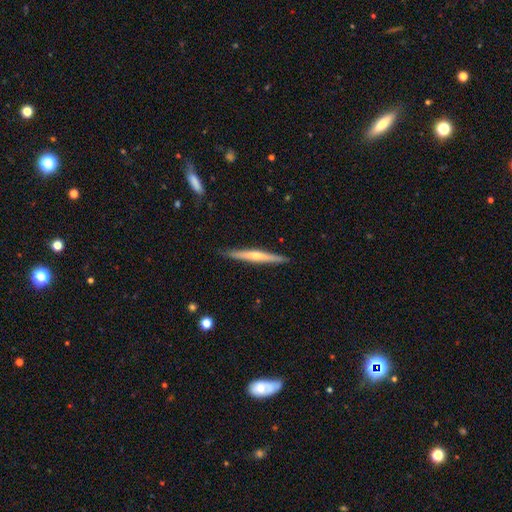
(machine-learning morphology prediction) Smooth or featured: featured or disk — 67% (smooth — 28%)
Edge-on disk: yes — 97% (no — 3%)
Edge-on bulge: rounded — 73% (none — 23%)
Merging: none — 90% (minor disturbance — 7%)